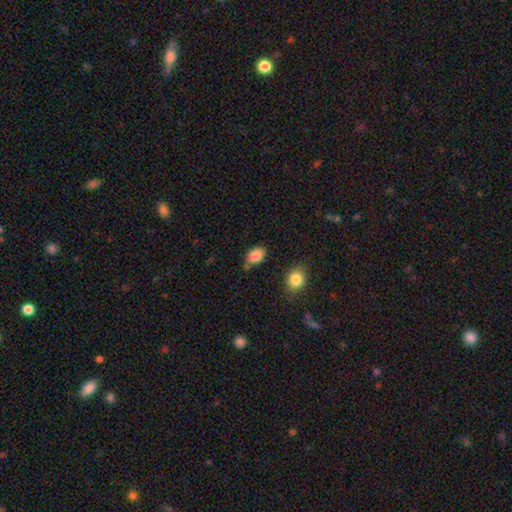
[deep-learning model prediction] The model was most divided on "merging": none: 67%, minor disturbance: 20%, merger: 8%, major disturbance: 4%. More confident: smooth or featured — smooth (86%); how rounded — in between (85%).